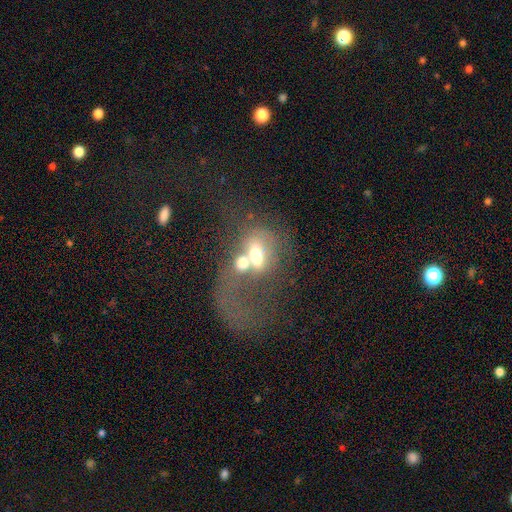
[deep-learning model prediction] The model was most divided on "smooth or featured": smooth: 49%, featured or disk: 39%, star or artifact: 12%. More confident: merging — merger (61%).